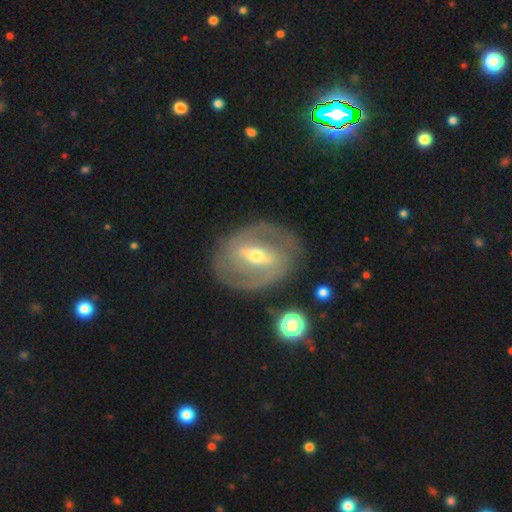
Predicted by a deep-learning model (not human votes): Smooth or featured? Predicted: featured or disk (p=0.77). Edge-on disk? Predicted: no (p=0.94). Bar? Predicted: strong (p=0.53). Spiral arms? Predicted: yes (p=0.66). Bulge size? Predicted: moderate (p=0.54). Merging? Predicted: none (p=0.79).